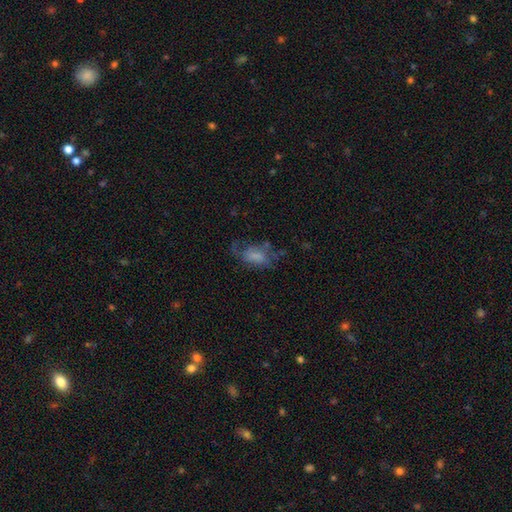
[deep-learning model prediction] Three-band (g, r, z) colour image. It shows a smooth galaxy with no disk features (46%). Merging: none (39%).